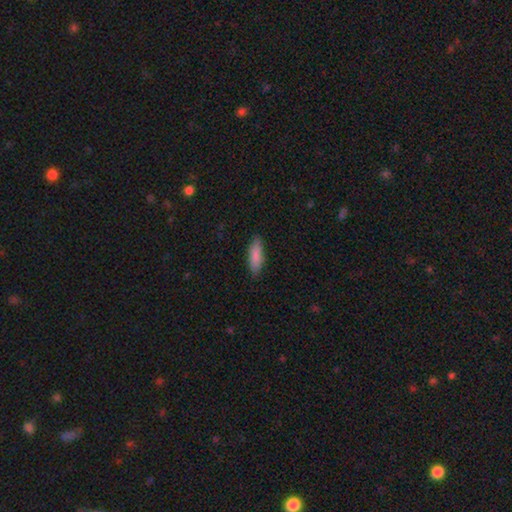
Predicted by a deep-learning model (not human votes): smooth 87%, featured or disk 7%, star or artifact 6%. Down the decision tree: how rounded — in between (54%); merging — none (87%).